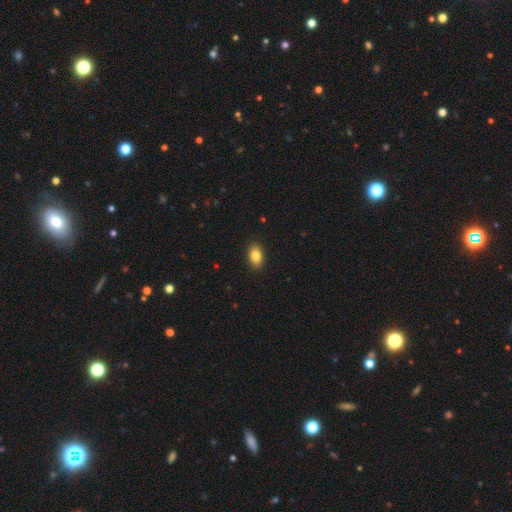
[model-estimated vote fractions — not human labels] This appears to be a smooth galaxy with no disk features (84%) that is in between round and cigar-shaped (87%). Merging: none (89%).